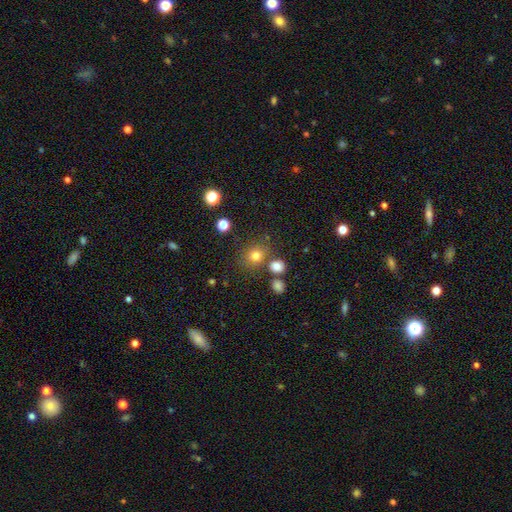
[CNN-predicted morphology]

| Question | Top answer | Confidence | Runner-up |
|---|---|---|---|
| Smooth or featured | smooth | 76% | star or artifact (16%) |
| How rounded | round | 81% | in between (18%) |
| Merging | none | 73% | merger (11%) |